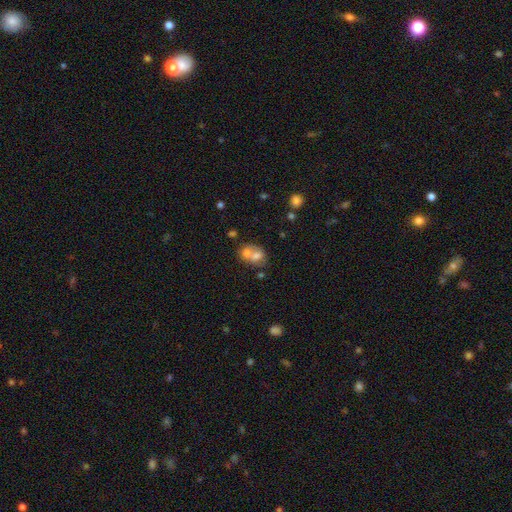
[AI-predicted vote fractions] Smooth or featured?
  - smooth: 65% *
  - featured or disk: 25%
  - star or artifact: 10%
How rounded?
  - round: 56% *
  - in between: 43%
  - cigar-shaped: 1%
Merging?
  - merger: 67% *
  - none: 22%
  - minor disturbance: 7%
  - major disturbance: 4%